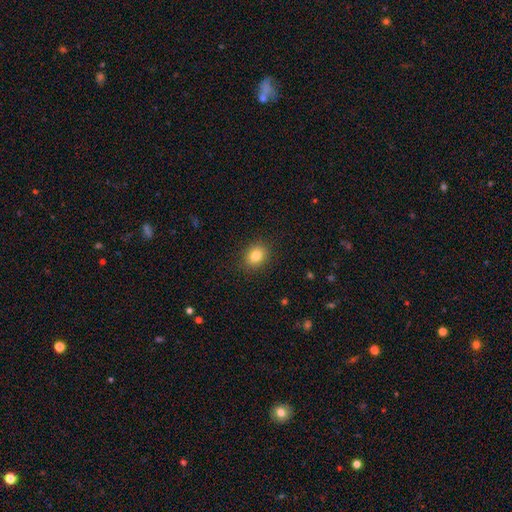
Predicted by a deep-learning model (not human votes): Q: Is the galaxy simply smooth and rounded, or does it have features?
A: smooth — 82%.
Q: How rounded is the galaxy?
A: round — 55%.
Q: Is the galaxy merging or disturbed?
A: none — 89%.